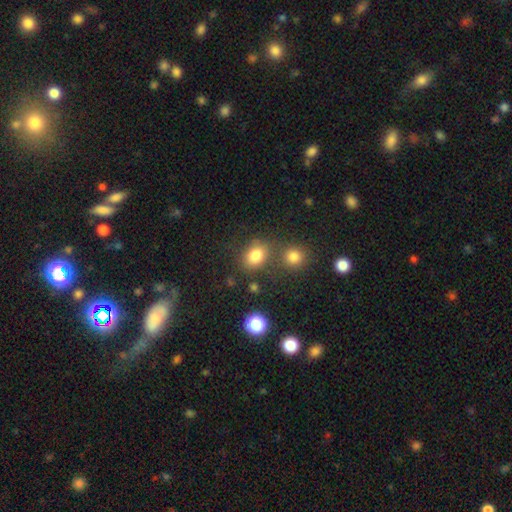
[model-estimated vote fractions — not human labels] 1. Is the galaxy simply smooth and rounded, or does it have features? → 80% smooth, 13% star or artifact, 7% featured or disk.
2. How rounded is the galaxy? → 55% in between, 44% round, 1% cigar-shaped.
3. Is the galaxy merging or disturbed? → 62% none, 20% merger, 13% minor disturbance, 6% major disturbance.